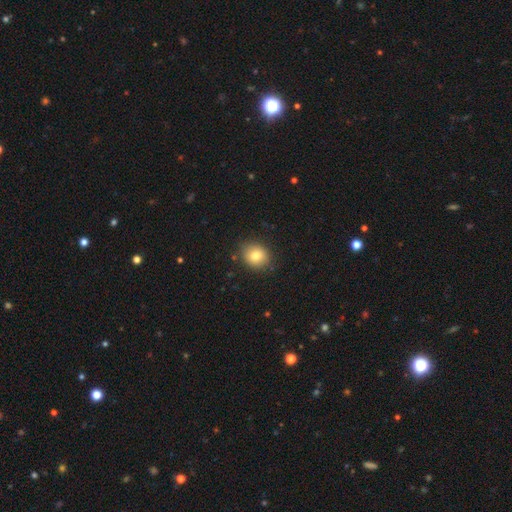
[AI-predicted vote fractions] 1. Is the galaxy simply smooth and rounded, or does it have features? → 80% smooth, 10% star or artifact, 10% featured or disk.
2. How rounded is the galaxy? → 70% round, 30% in between, 1% cigar-shaped.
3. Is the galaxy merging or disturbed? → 86% none, 10% minor disturbance, 2% major disturbance, 1% merger.